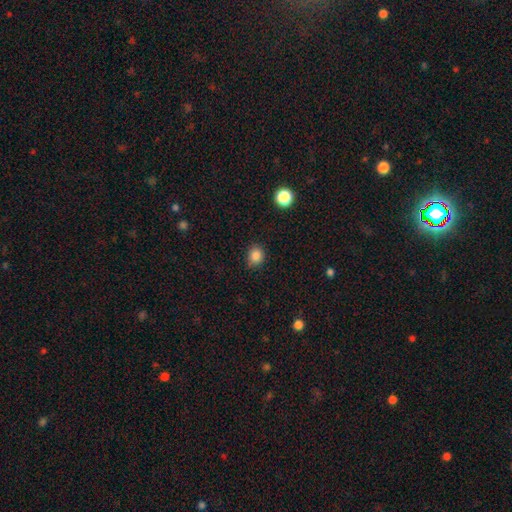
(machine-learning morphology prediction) A smooth galaxy with no disk features (85%) that is round (74%).

Vote fractions:
- Smooth or featured? smooth: 85% / star or artifact: 11% / featured or disk: 4%
- How rounded? round: 74% / in between: 25% / cigar-shaped: 1%
- Merging? none: 85% / minor disturbance: 11% / major disturbance: 3% / merger: 1%